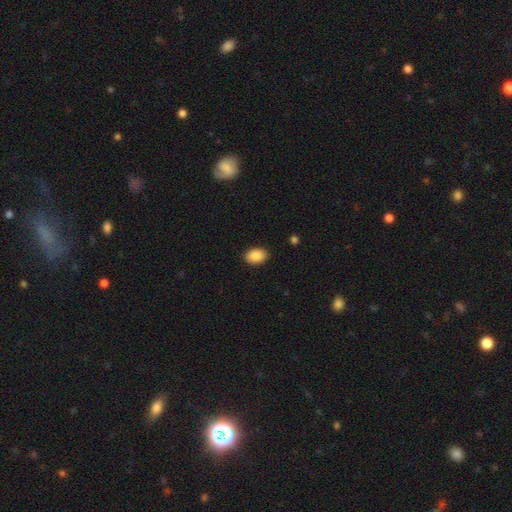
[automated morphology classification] This is clearly a smooth galaxy (89%). How rounded: clearly in between (86%). Merging: clearly none (89%).